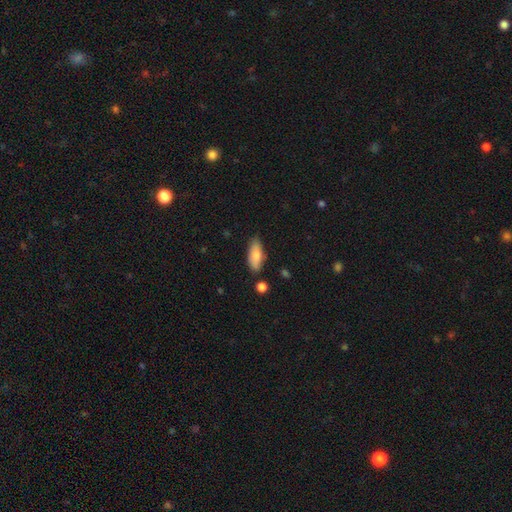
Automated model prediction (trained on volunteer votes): smooth 82%, featured or disk 12%, star or artifact 6%. Down the decision tree: how rounded — in between (77%); merging — none (77%).